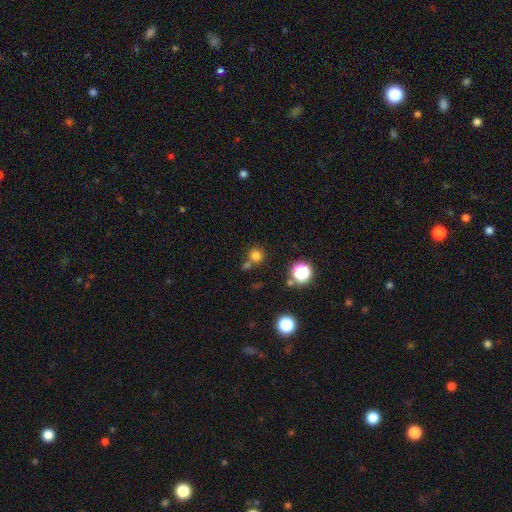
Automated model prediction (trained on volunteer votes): Smooth or featured?
  - smooth: 75% *
  - star or artifact: 19%
  - featured or disk: 6%
How rounded?
  - round: 93% *
  - in between: 6%
  - cigar-shaped: 1%
Merging?
  - none: 68% *
  - merger: 21%
  - minor disturbance: 8%
  - major disturbance: 4%